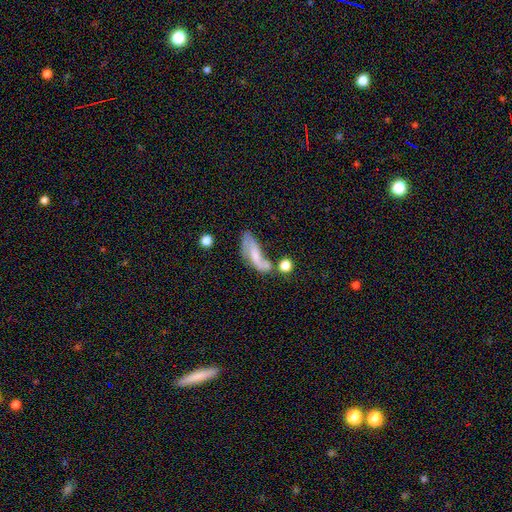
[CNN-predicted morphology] Overall: featured or disk (52%; smooth 38%). Edge-on disk: no (85%). Merging: none (30%; merger 27%).